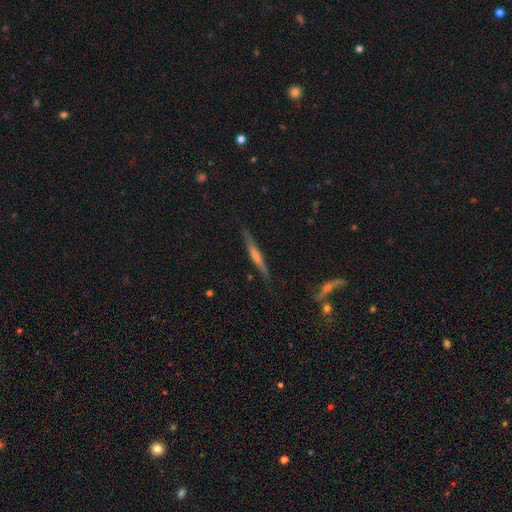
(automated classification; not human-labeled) A featured or disk galaxy (72%) viewed edge-on (97%) with a rounded central bulge (72%). Merging: none (85%).